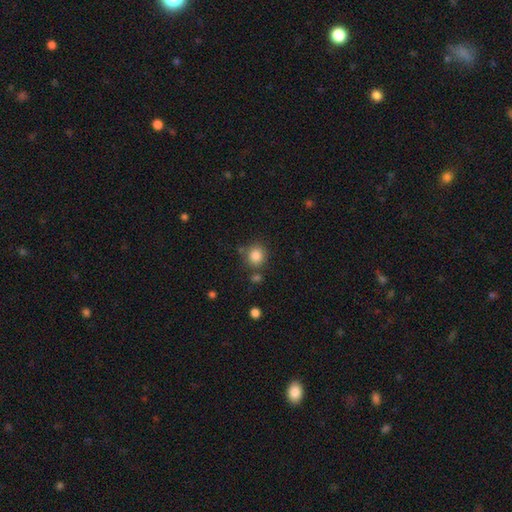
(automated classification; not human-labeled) This appears to be a smooth galaxy with no disk features (85%) that is round (86%). Merging: none (77%).